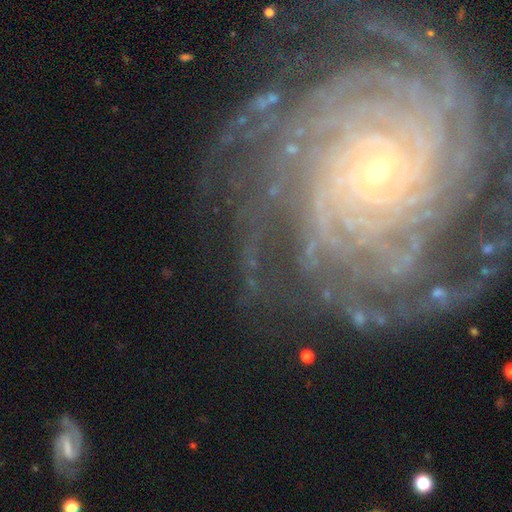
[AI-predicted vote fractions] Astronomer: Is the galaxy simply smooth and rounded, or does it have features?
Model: featured or disk — 90%.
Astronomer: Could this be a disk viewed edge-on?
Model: no — 97%.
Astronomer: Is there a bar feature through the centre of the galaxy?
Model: no — 66%.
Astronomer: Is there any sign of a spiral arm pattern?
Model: yes — 98%.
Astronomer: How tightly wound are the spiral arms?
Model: tight — 84%.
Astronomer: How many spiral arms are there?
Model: more than 4 — 40% (runner-up: 4, 16%).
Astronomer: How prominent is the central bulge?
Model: small — 82%.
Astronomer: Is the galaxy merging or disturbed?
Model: none — 77%.